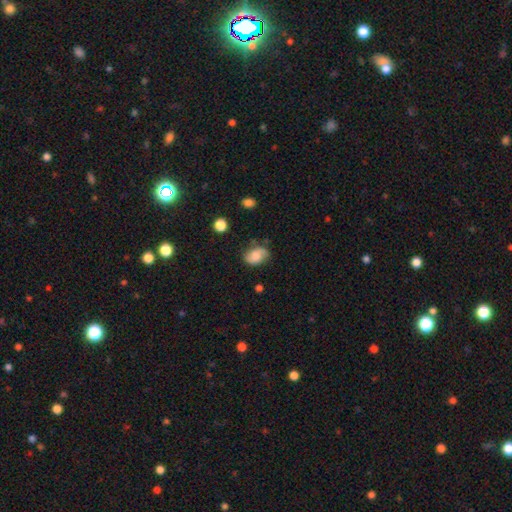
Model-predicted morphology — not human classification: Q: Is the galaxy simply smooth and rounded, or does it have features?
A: smooth — 63%.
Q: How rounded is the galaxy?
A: in between — 76%.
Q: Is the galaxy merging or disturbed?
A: none — 66%.